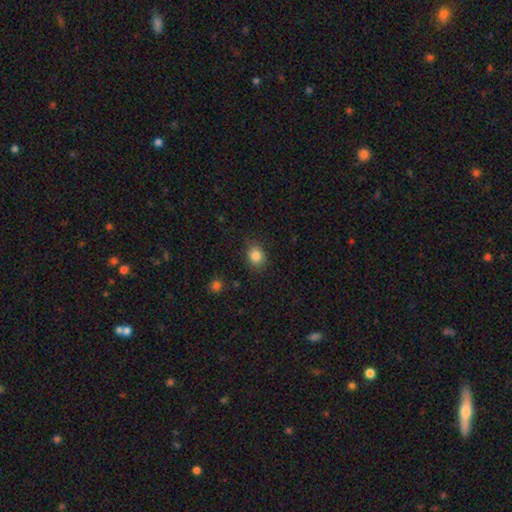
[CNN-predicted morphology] smooth-or-featured: smooth: 85% | star or artifact: 10% | featured or disk: 5%
  how-rounded: round: 64% | in between: 35% | cigar-shaped: 1%
  merging: none: 79% | minor disturbance: 16% | major disturbance: 4% | merger: 2%